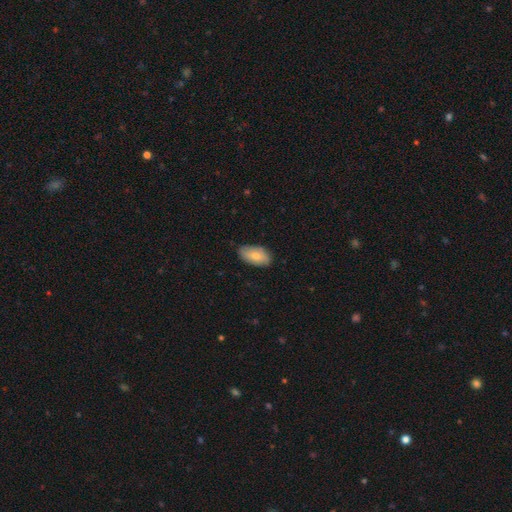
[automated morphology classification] Smooth or featured? Predicted: smooth (p=0.76). How rounded? Predicted: in between (p=0.94). Merging? Predicted: none (p=0.78).